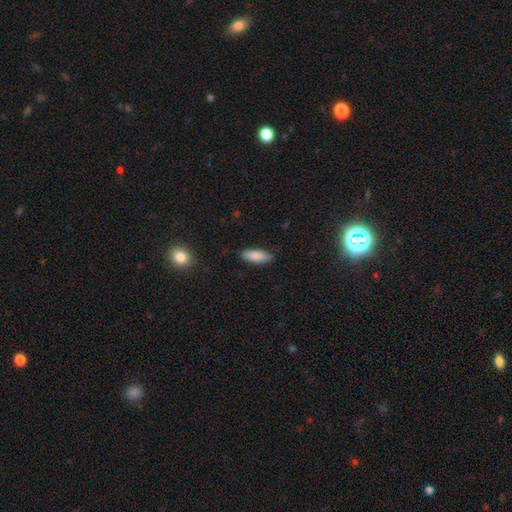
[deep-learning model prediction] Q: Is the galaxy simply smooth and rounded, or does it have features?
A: smooth — 88%.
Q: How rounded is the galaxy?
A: in between — 71%.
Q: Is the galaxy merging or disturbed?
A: none — 86%.